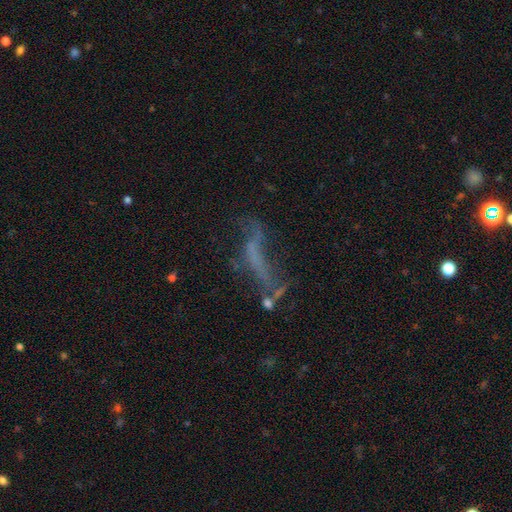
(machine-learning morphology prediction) featured or disk 50%, smooth 26%, star or artifact 24%. Down the decision tree: merging — major disturbance (35%).